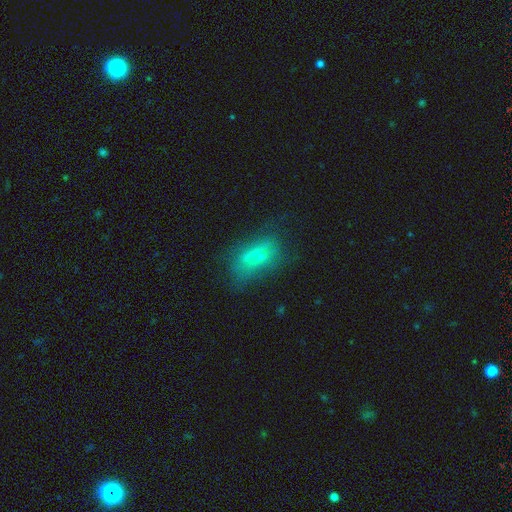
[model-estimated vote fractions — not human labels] Smooth or featured?
  - smooth: 54% *
  - featured or disk: 31%
  - star or artifact: 15%
How rounded?
  - in between: 73% *
  - cigar-shaped: 20%
  - round: 7%
Merging?
  - none: 47% *
  - minor disturbance: 24%
  - major disturbance: 20%
  - merger: 9%